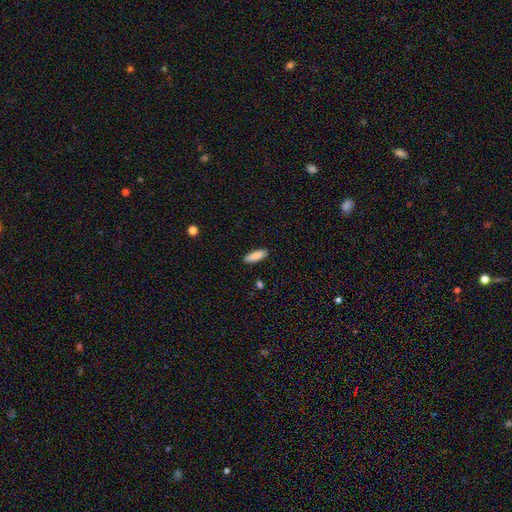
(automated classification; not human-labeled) smooth-or-featured: smooth: 87% | featured or disk: 7% | star or artifact: 6%
  how-rounded: in between: 58% | cigar-shaped: 41% | round: 2%
  merging: none: 89% | minor disturbance: 8% | major disturbance: 2% | merger: 1%